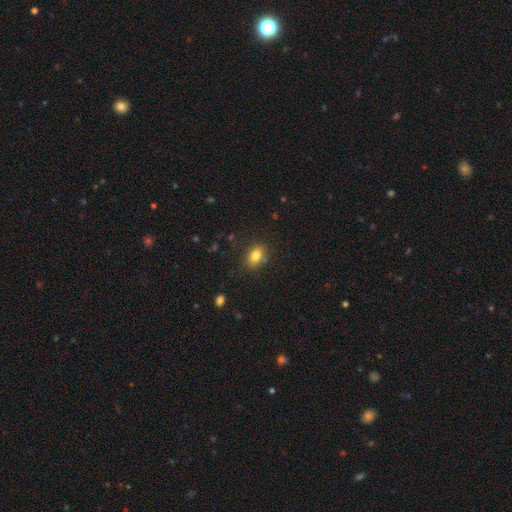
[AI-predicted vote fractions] The model was most divided on "how rounded": in between: 75%, round: 23%, cigar-shaped: 2%. More confident: merging — none (82%); smooth or featured — smooth (81%).